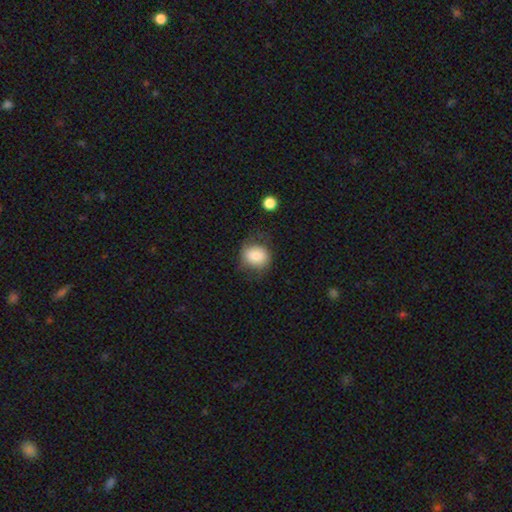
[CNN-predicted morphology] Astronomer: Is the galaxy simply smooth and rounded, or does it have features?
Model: smooth — 79%.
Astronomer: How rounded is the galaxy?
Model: round — 73%.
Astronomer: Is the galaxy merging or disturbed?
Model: none — 66%.